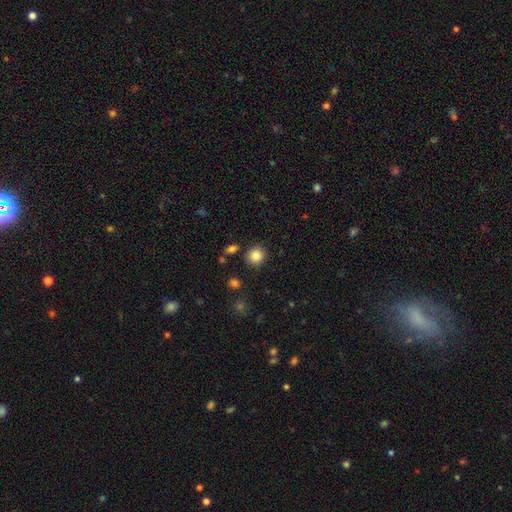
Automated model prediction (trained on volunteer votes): This is clearly a smooth galaxy (85%). How rounded: clearly round (87%). Merging: clearly none (86%).